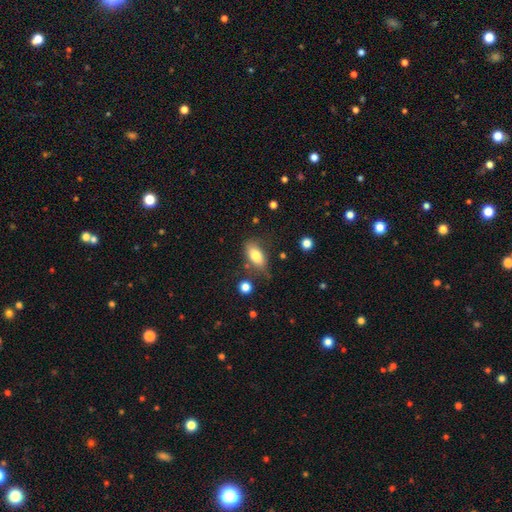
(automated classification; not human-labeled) smooth-or-featured: smooth: 80% | featured or disk: 12% | star or artifact: 8%
  how-rounded: in between: 88% | cigar-shaped: 7% | round: 5%
  merging: none: 68% | minor disturbance: 20% | major disturbance: 6% | merger: 5%